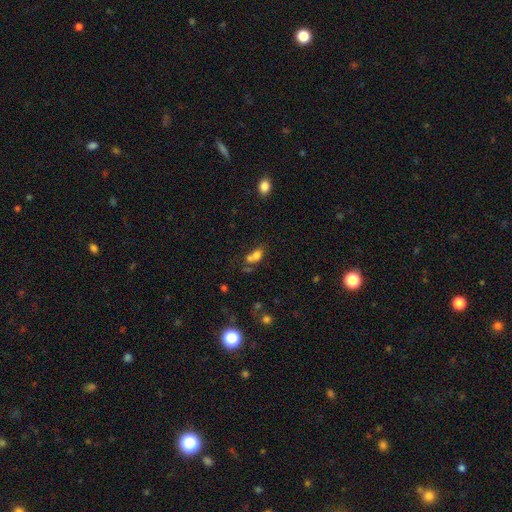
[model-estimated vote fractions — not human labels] This appears to be a smooth galaxy with no disk features (71%) that is in between round and cigar-shaped (67%). Merging: merger (48%).